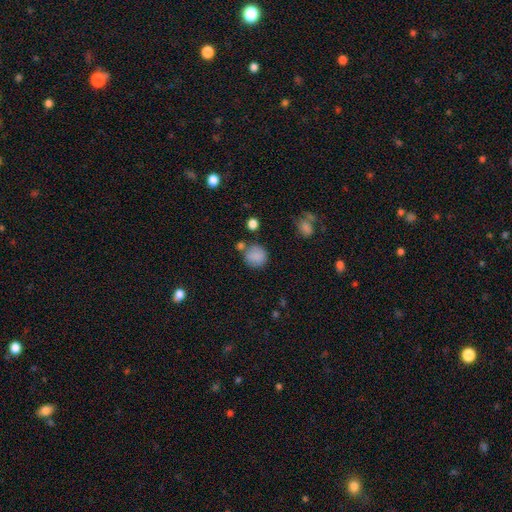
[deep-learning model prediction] Morphology: type=smooth (83%); roundness=round (86%); merging=none (68%).